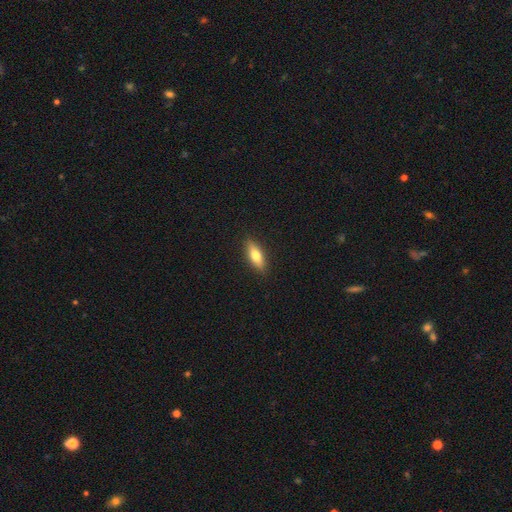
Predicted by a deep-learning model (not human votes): smooth 67%, featured or disk 26%, star or artifact 6%. Down the decision tree: how rounded — in between (63%); merging — none (90%).